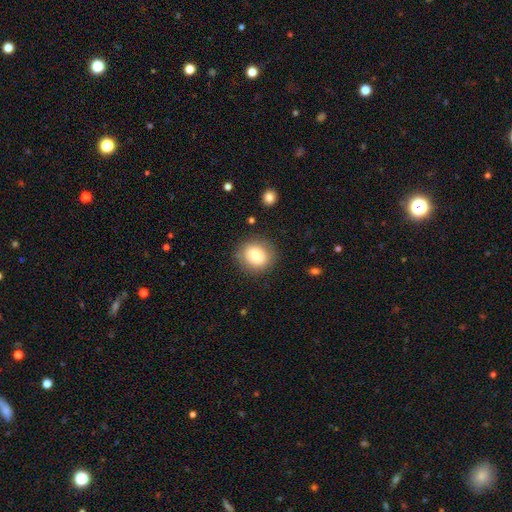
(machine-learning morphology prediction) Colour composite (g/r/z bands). It shows a smooth galaxy with no disk features (79%) that is round (76%). Merging: none (85%).